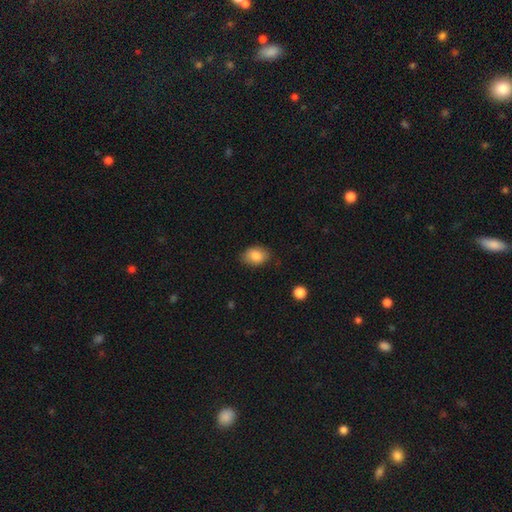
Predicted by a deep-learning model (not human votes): Smooth or featured?
  - smooth: 85% *
  - star or artifact: 8%
  - featured or disk: 8%
How rounded?
  - in between: 78% *
  - round: 21%
  - cigar-shaped: 1%
Merging?
  - none: 80% *
  - minor disturbance: 16%
  - major disturbance: 3%
  - merger: 1%